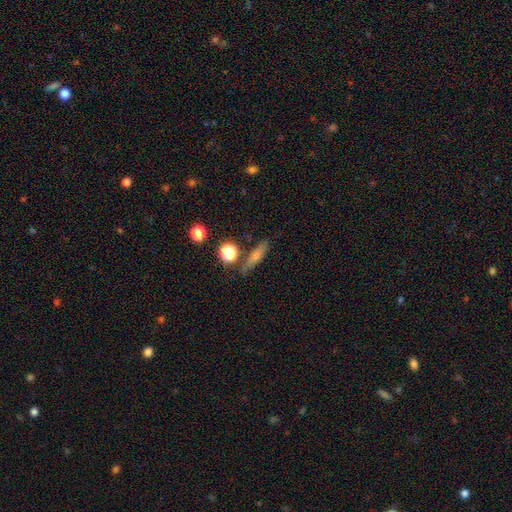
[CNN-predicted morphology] Q: Smooth or featured?
A: smooth (49%); runner-up: featured or disk (38%)
Q: Merging?
A: none (78%); runner-up: minor disturbance (13%)